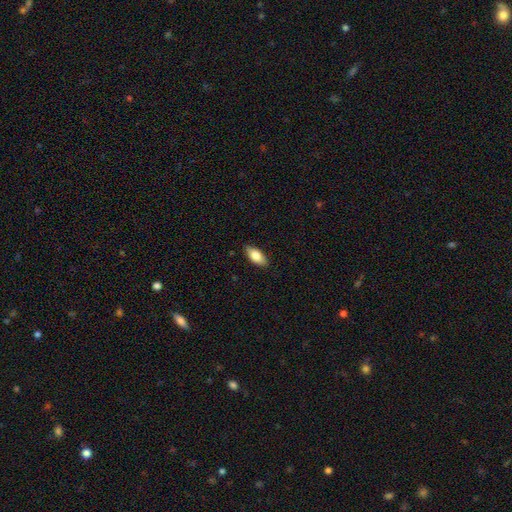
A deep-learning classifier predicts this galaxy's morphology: type=smooth (82%); roundness=in between (89%); merging=none (88%).